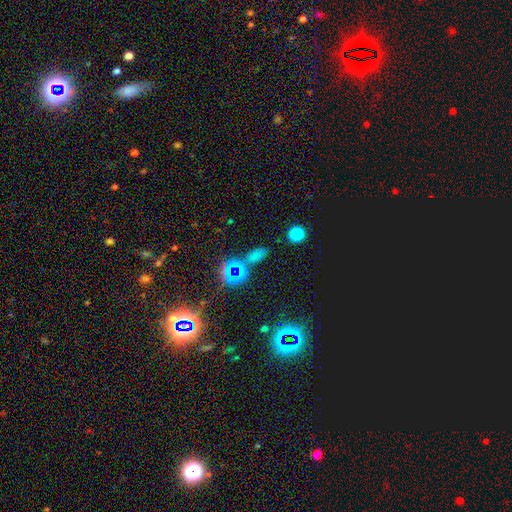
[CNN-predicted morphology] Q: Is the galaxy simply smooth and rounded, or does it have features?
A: smooth — 52%.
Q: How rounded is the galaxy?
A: in between — 78%.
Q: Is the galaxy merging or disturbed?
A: none — 74%.